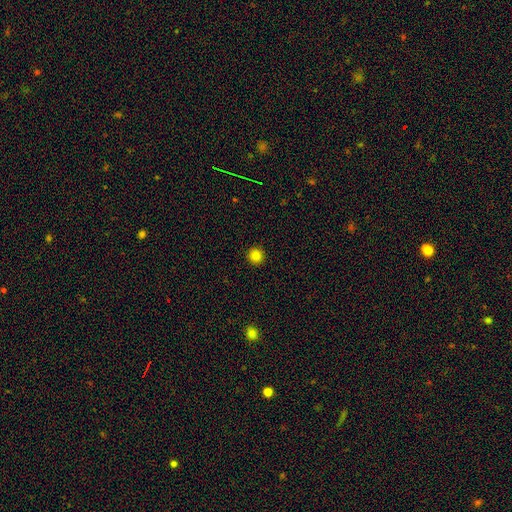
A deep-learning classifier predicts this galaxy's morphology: smooth-or-featured: smooth: 85% | star or artifact: 13% | featured or disk: 3%
  how-rounded: round: 94% | in between: 5% | cigar-shaped: 1%
  merging: none: 93% | minor disturbance: 5% | major disturbance: 2% | merger: 1%